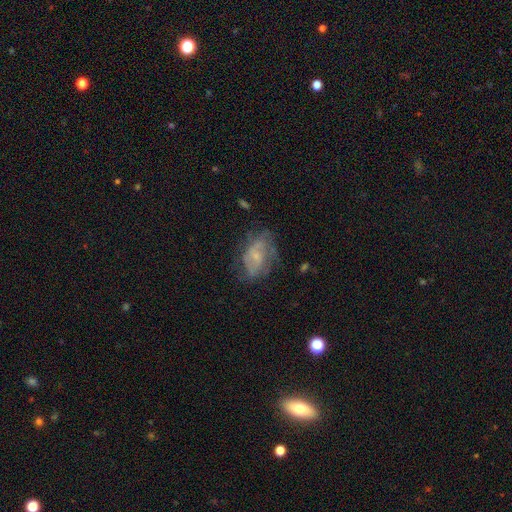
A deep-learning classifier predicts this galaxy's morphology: Smooth or featured? featured or disk (56%)
Edge-on disk? no (96%)
Bar? no (68%)
Spiral arms? yes (58%)
Bulge size? small (61%)
Merging? none (51%)